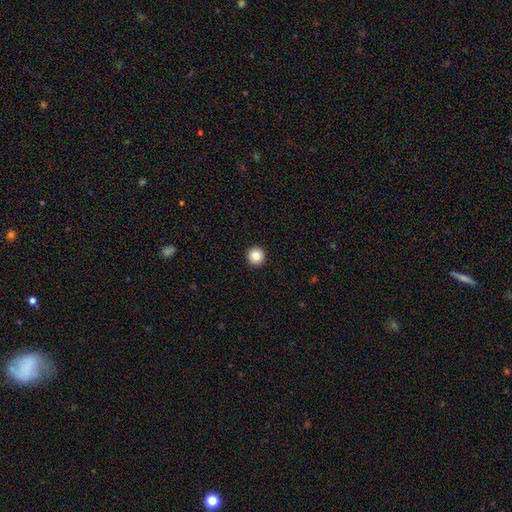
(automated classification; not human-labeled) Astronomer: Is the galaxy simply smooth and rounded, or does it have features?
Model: smooth — 83%.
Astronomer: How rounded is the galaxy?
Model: round — 96%.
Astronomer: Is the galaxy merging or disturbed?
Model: none — 94%.